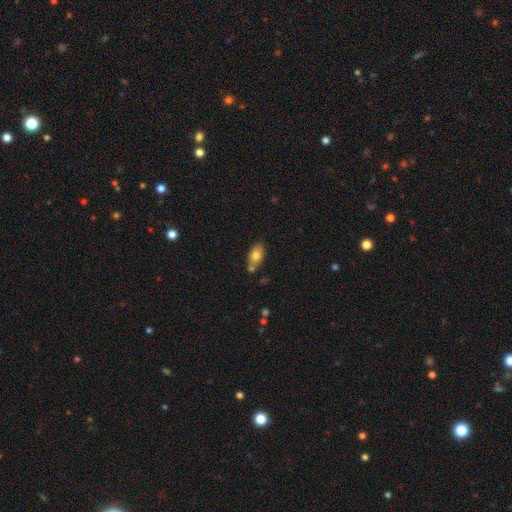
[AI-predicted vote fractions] A smooth galaxy with no disk features (78%) that is in between round and cigar-shaped (88%).

Vote fractions:
- Smooth or featured? smooth: 78% / featured or disk: 13% / star or artifact: 8%
- How rounded? in between: 88% / round: 9% / cigar-shaped: 4%
- Merging? none: 63% / merger: 17% / minor disturbance: 16% / major disturbance: 4%